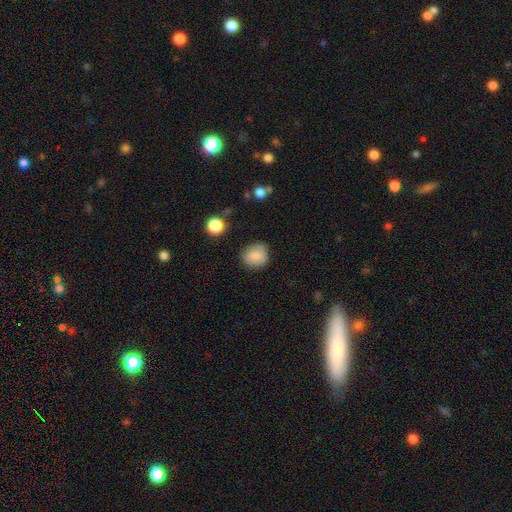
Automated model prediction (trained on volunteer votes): Q: Smooth or featured?
A: smooth (83%); runner-up: star or artifact (9%)
Q: How rounded?
A: round (74%); runner-up: in between (25%)
Q: Merging?
A: none (74%); runner-up: minor disturbance (20%)